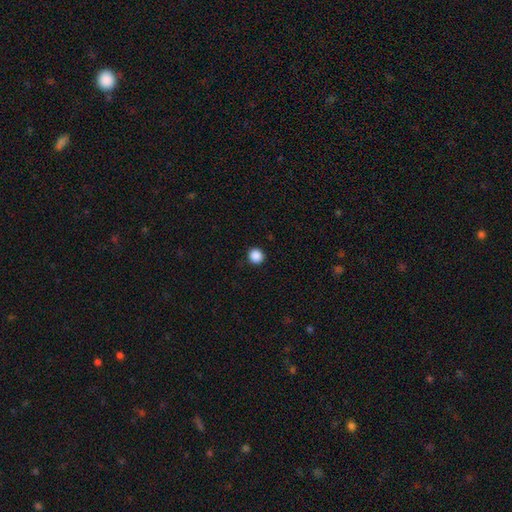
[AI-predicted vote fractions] Morphology: type=smooth (88%); roundness=round (94%); merging=none (92%).